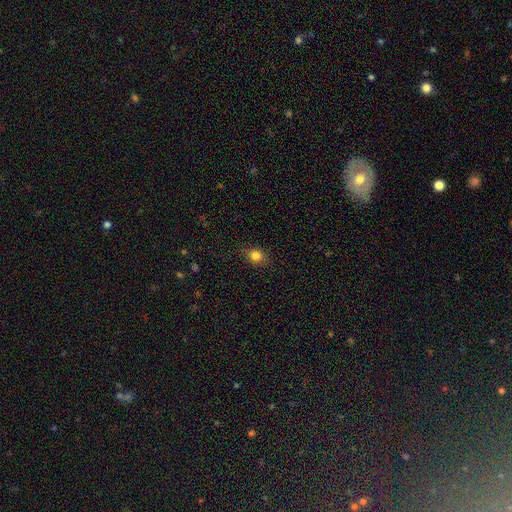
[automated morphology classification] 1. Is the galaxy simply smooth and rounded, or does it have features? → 82% smooth, 12% star or artifact, 7% featured or disk.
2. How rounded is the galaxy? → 54% round, 44% in between, 1% cigar-shaped.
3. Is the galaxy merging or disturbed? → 84% none, 12% minor disturbance, 3% major disturbance, 1% merger.